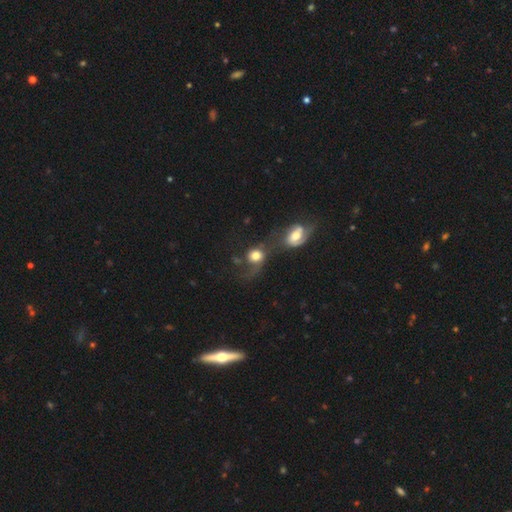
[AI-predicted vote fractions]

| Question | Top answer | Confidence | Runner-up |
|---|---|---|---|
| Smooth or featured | smooth | 59% | featured or disk (31%) |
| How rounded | round | 69% | in between (30%) |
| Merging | merger | 59% | none (17%) |